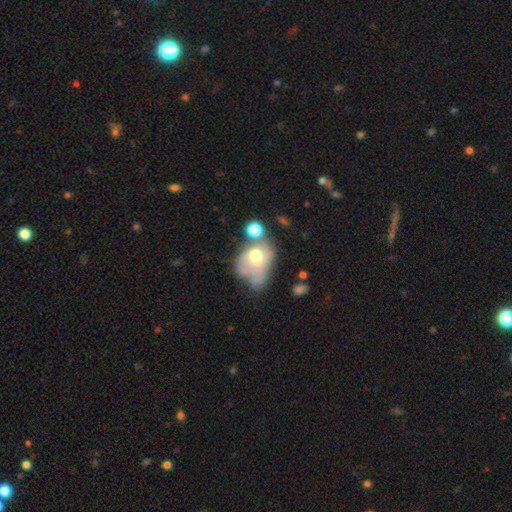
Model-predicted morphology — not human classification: Overall: smooth (50%; featured or disk 38%). Merging: merger (33%; major disturbance 30%).